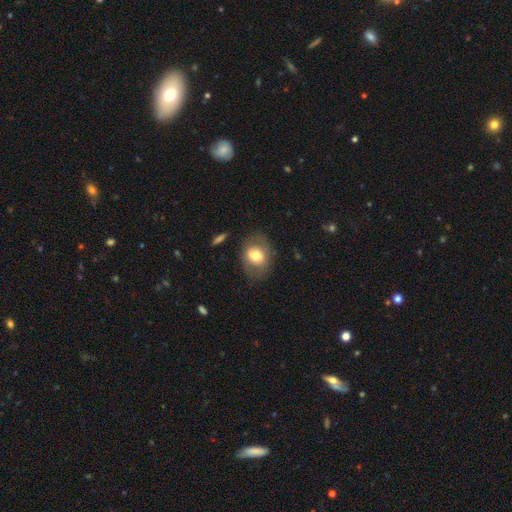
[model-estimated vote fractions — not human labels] Smooth or featured: smooth — 67% (featured or disk — 25%)
How rounded: in between — 55% (round — 44%)
Merging: none — 74% (minor disturbance — 16%)